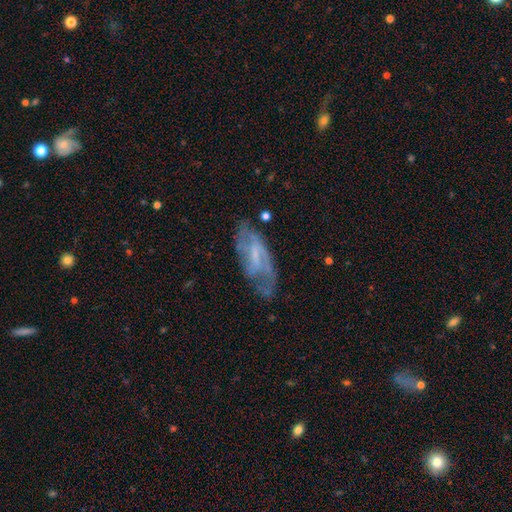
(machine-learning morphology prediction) Q: Smooth or featured?
A: featured or disk (71%); runner-up: smooth (21%)
Q: Edge-on disk?
A: no (89%); runner-up: yes (11%)
Q: Bar?
A: weak (47%); runner-up: strong (27%)
Q: Spiral arms?
A: yes (77%); runner-up: no (23%)
Q: Bulge size?
A: small (42%); runner-up: none (34%)
Q: Merging?
A: none (56%); runner-up: minor disturbance (25%)